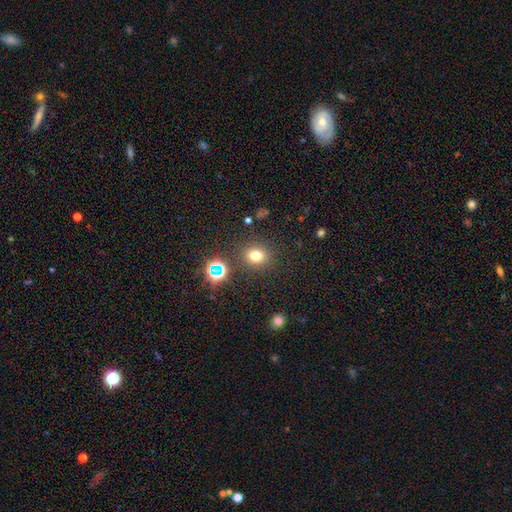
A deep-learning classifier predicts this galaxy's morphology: Smooth or featured? Predicted: smooth (p=0.72). How rounded? Predicted: round (p=0.77). Merging? Predicted: none (p=0.85).